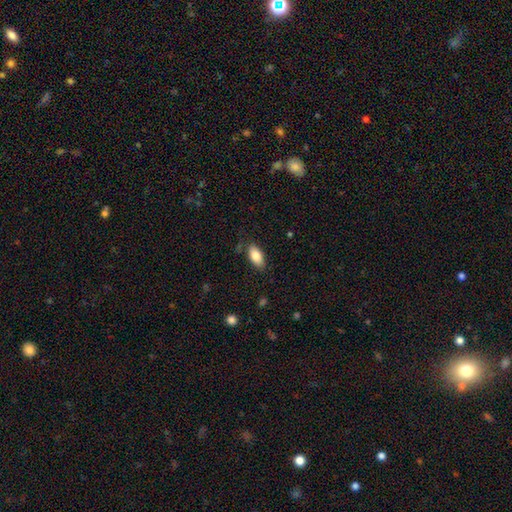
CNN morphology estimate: A smooth galaxy with no disk features (83%) that is in between round and cigar-shaped (91%). Merging: none (82%).